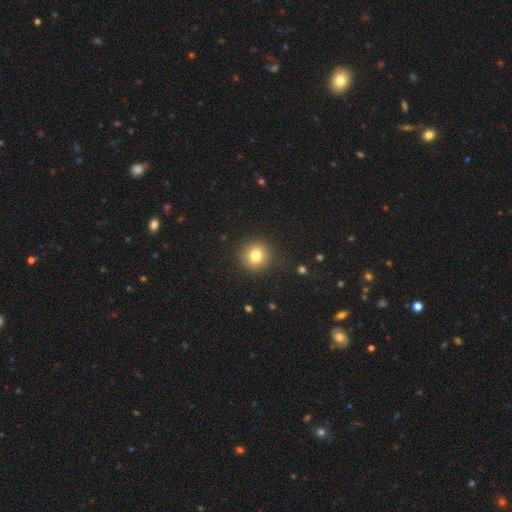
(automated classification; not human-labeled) The model was most divided on "smooth or featured": smooth: 81%, star or artifact: 11%, featured or disk: 8%. More confident: how rounded — round (91%); merging — none (90%).